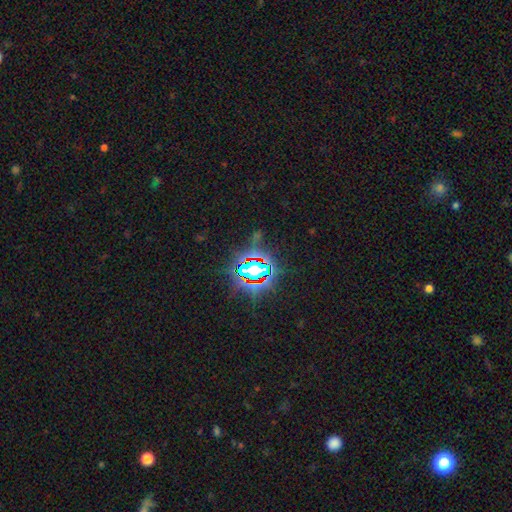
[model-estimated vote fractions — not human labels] smooth-or-featured: star or artifact: 80% | smooth: 12% | featured or disk: 8%